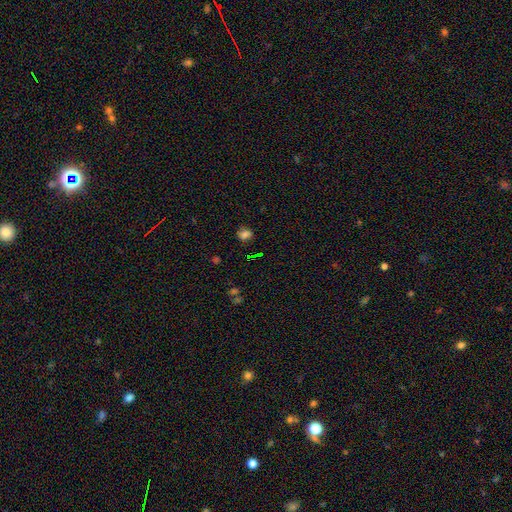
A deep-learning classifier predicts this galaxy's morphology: This appears to be a smooth galaxy with no disk features (47%). Merging: none (76%).